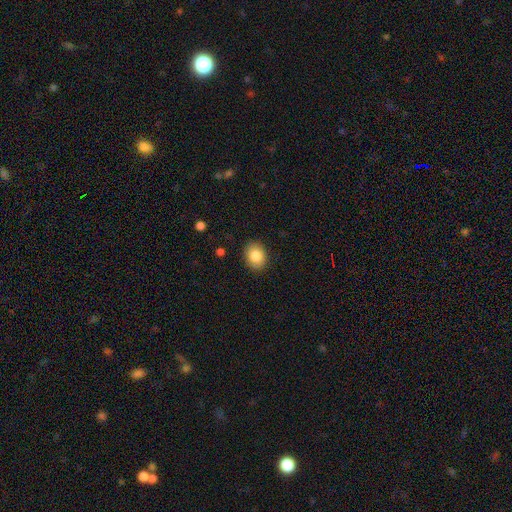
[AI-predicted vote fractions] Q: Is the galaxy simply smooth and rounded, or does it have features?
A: smooth — 85%.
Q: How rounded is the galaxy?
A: in between — 55%.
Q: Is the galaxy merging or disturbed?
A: none — 89%.